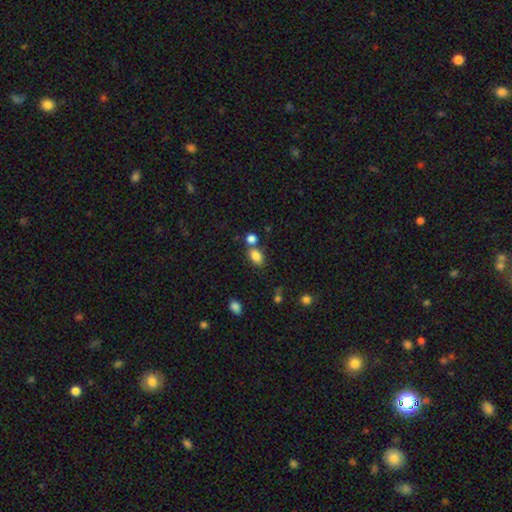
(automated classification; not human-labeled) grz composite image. It shows a smooth galaxy with no disk features (84%) that is in between round and cigar-shaped (79%). Merging: none (59%).